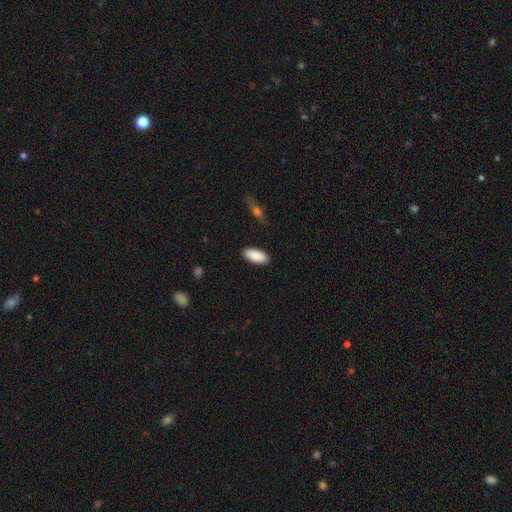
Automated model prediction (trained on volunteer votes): A smooth galaxy with no disk features (90%) that is in between round and cigar-shaped (88%).

Vote fractions:
- Smooth or featured? smooth: 90% / star or artifact: 6% / featured or disk: 5%
- How rounded? in between: 88% / cigar-shaped: 10% / round: 2%
- Merging? none: 89% / minor disturbance: 8% / major disturbance: 2% / merger: 1%